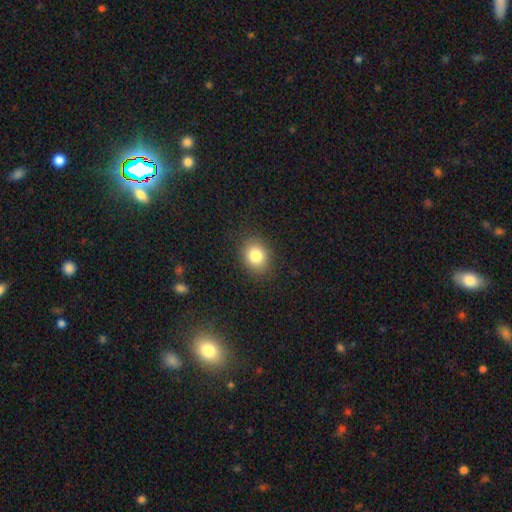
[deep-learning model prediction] A smooth galaxy with no disk features (82%) that is round (62%). Merging: none (88%).